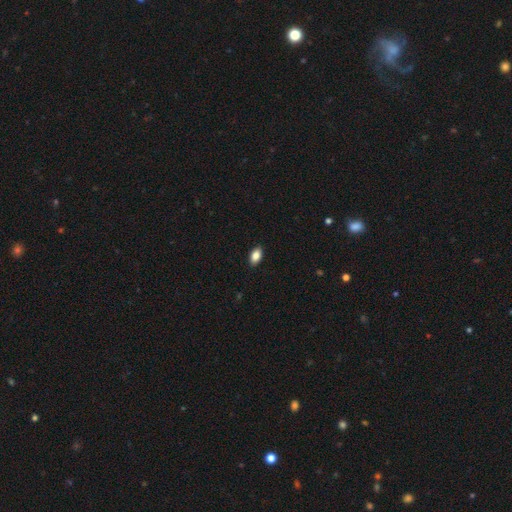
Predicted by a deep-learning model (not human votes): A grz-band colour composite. It shows a smooth galaxy with no disk features (86%) that is in between round and cigar-shaped (92%). Merging: none (89%).